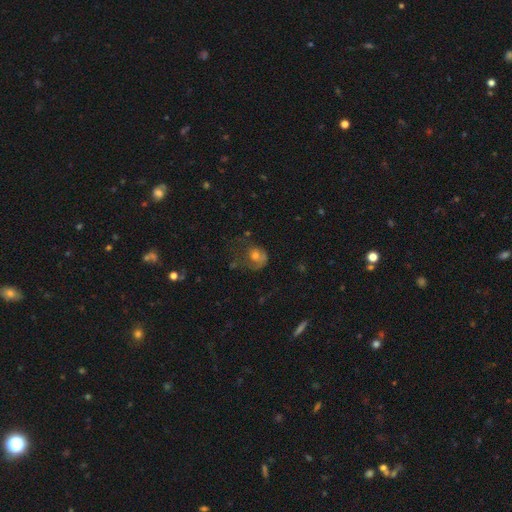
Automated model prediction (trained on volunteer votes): smooth-or-featured: smooth: 49% | featured or disk: 36% | star or artifact: 14%
  merging: major disturbance: 41% | none: 33% | minor disturbance: 22% | merger: 4%